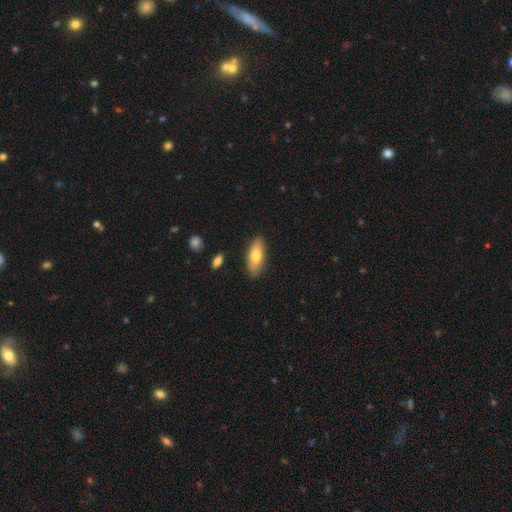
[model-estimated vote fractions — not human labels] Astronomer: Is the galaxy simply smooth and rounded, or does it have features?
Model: smooth — 72%.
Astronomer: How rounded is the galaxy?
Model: in between — 72%.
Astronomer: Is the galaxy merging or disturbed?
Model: none — 87%.